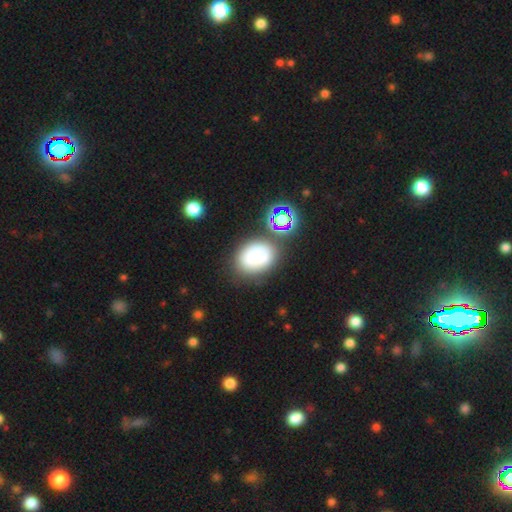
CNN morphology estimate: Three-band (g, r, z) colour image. It shows a smooth galaxy with no disk features (72%) that is in between round and cigar-shaped (66%). Merging: none (62%).